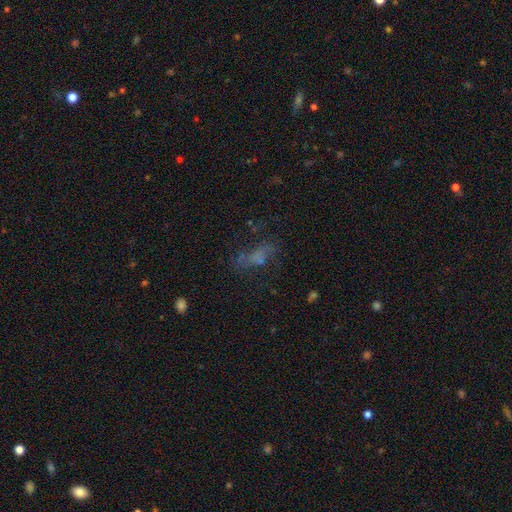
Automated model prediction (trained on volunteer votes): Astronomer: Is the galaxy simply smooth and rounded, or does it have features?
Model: smooth — 42% (runner-up: featured or disk, 30%).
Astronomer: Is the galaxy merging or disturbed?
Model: none — 50%.